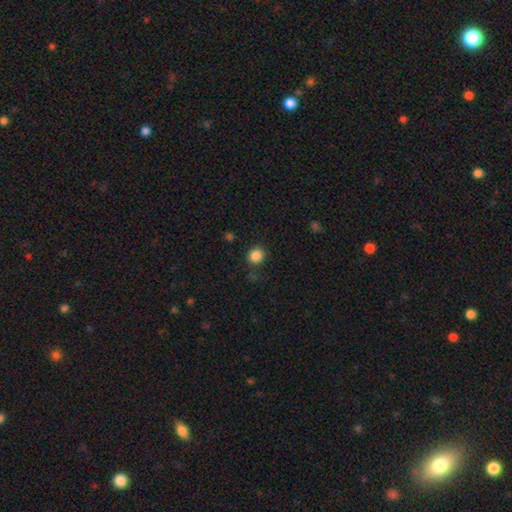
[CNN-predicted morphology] smooth_or_featured: smooth (p=0.86) [alt: star or artifact p=0.11]
how_rounded: round (p=0.86) [alt: in between p=0.14]
merging: none (p=0.86) [alt: minor disturbance p=0.09]